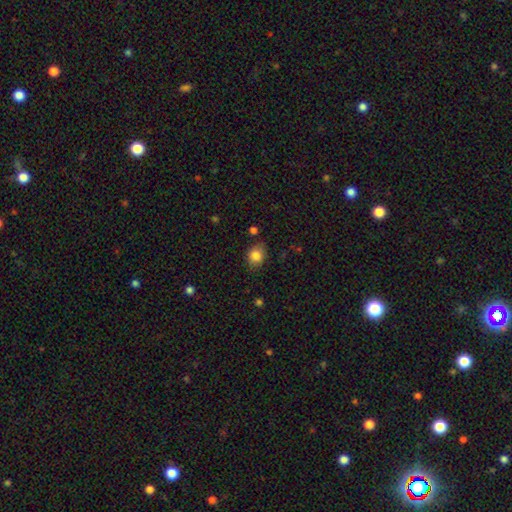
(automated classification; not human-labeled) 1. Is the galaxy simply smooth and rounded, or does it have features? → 83% smooth, 10% star or artifact, 7% featured or disk.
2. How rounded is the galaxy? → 51% round, 48% in between, 1% cigar-shaped.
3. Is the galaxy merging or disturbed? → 78% none, 16% minor disturbance, 4% major disturbance, 2% merger.